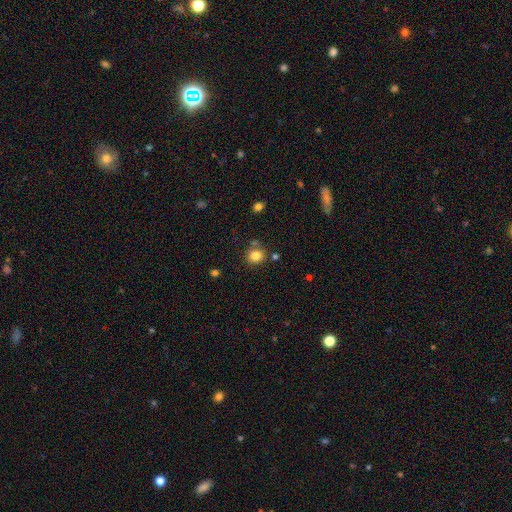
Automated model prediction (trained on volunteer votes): smooth-or-featured: smooth: 83% | star or artifact: 12% | featured or disk: 6%
  how-rounded: round: 81% | in between: 18% | cigar-shaped: 1%
  merging: none: 77% | minor disturbance: 11% | merger: 9% | major disturbance: 3%